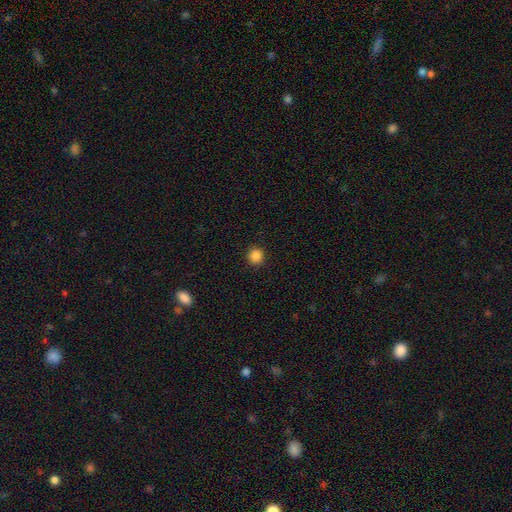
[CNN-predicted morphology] Smooth or featured?
  - smooth: 86% *
  - star or artifact: 11%
  - featured or disk: 3%
How rounded?
  - round: 94% *
  - in between: 5%
  - cigar-shaped: 1%
Merging?
  - none: 92% *
  - minor disturbance: 5%
  - major disturbance: 2%
  - merger: 1%